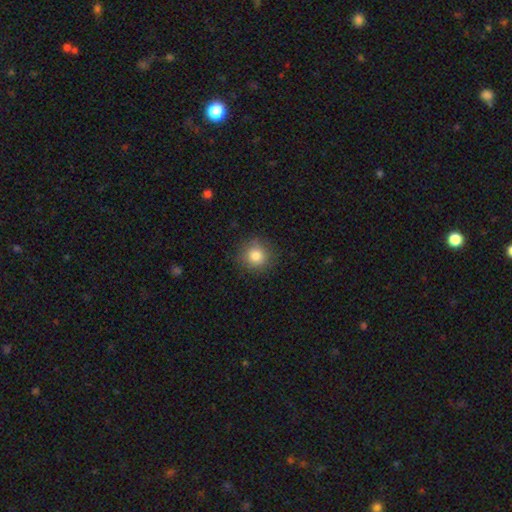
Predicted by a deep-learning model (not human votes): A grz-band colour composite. It shows a smooth galaxy with no disk features (84%) that is round (92%). Merging: none (86%).